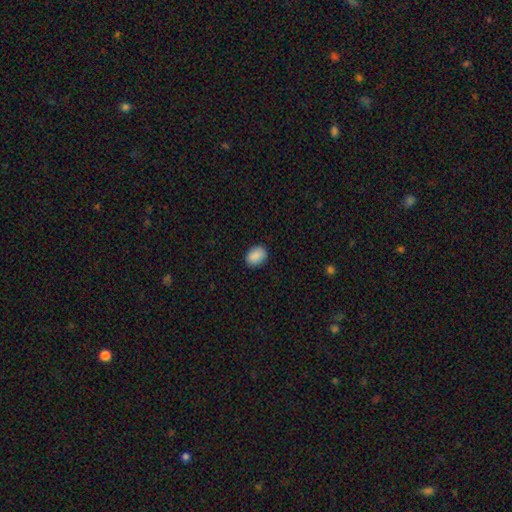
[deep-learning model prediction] Smooth or featured? smooth (90%)
How rounded? in between (74%)
Merging? none (88%)